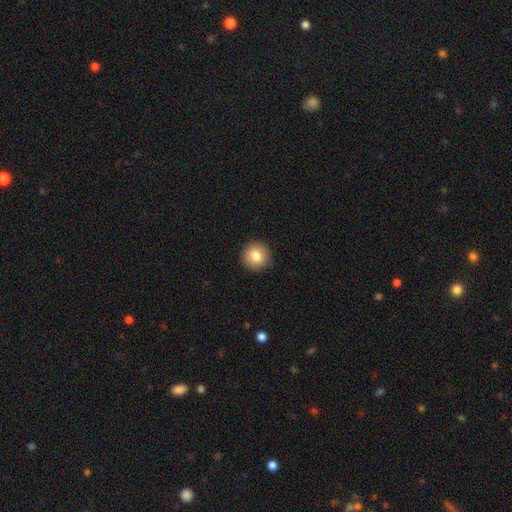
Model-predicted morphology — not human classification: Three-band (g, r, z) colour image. It shows a smooth galaxy with no disk features (81%) that is round (93%). Merging: none (91%).